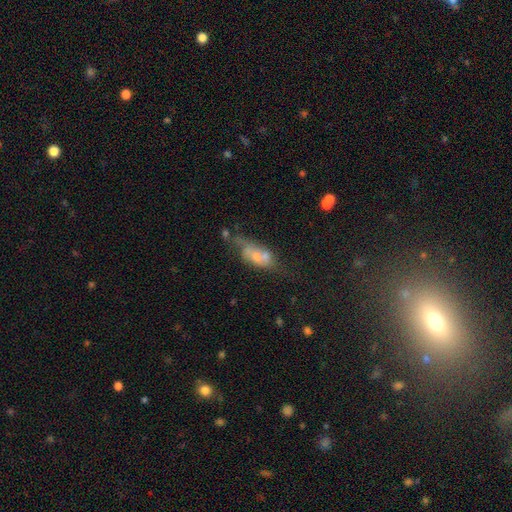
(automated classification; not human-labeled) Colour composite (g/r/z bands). It shows a smooth galaxy with no disk features (46%). Merging: none (30%).